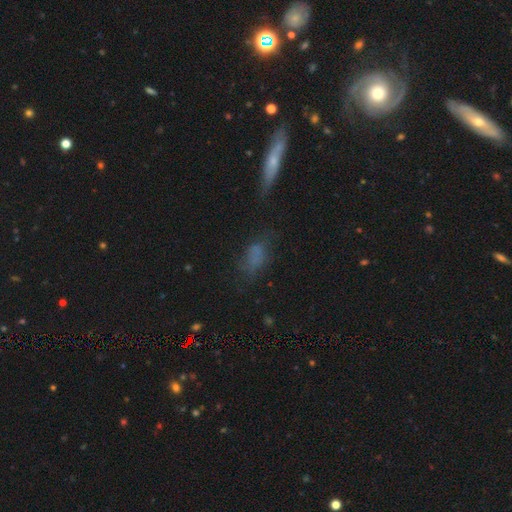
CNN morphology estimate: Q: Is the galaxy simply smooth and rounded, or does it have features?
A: smooth — 63%.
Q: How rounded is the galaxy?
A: in between — 76%.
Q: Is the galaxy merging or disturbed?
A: none — 53%.